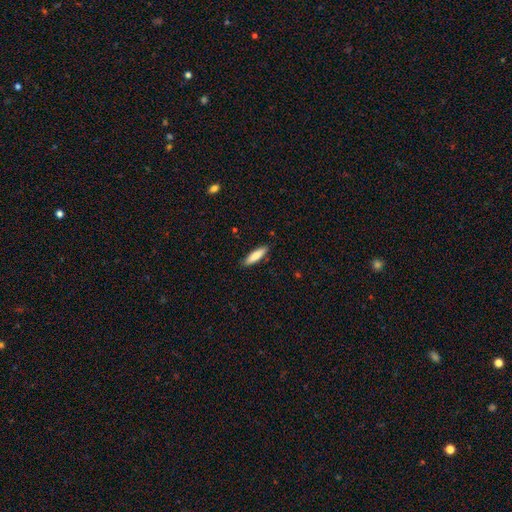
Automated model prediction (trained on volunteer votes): This is clearly a smooth galaxy (82%). How rounded: likely cigar-shaped (68%). Merging: clearly none (88%).